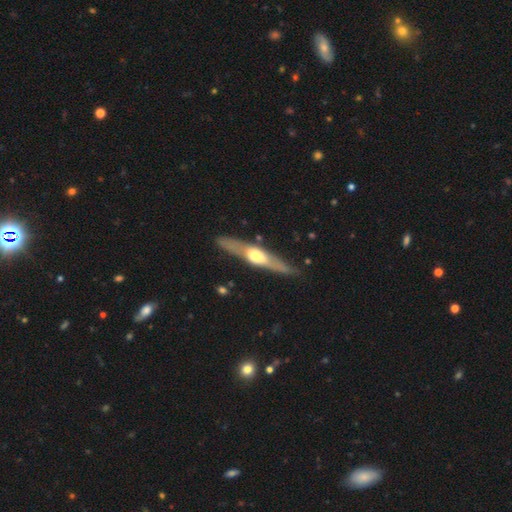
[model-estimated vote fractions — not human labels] Smooth or featured: featured or disk — 67% (smooth — 28%)
Edge-on disk: yes — 91% (no — 9%)
Edge-on bulge: rounded — 88% (boxy — 7%)
Merging: none — 81% (minor disturbance — 13%)